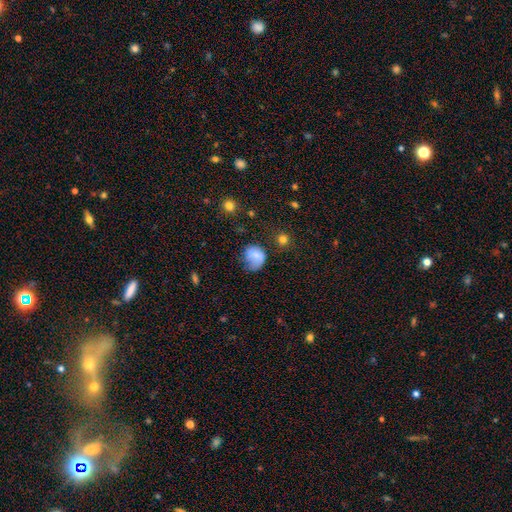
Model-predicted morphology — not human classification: Smooth or featured: smooth — 76% (featured or disk — 13%)
How rounded: round — 59% (in between — 40%)
Merging: none — 42% (minor disturbance — 34%)